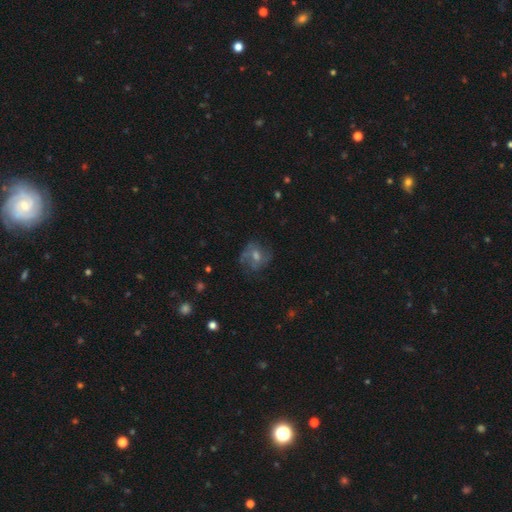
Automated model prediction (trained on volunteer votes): smooth-or-featured: featured or disk: 54% | smooth: 28% | star or artifact: 18%
  disk-edge-on: no: 96% | yes: 4%
    bar: no: 59% | weak: 34% | strong: 7%
    has-spiral-arms: yes: 76% | no: 24%
    bulge-size: moderate: 59% | small: 31% | large: 5% | none: 4% | dominant: 1%
  merging: none: 68% | minor disturbance: 18% | major disturbance: 12% | merger: 2%